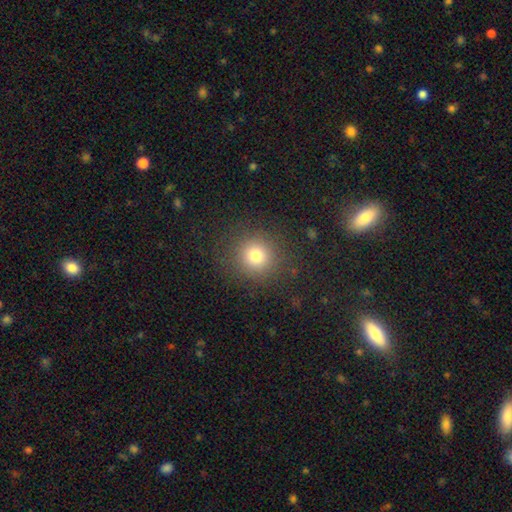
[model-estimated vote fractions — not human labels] smooth-or-featured: smooth: 76% | star or artifact: 15% | featured or disk: 9%
  how-rounded: round: 93% | in between: 6% | cigar-shaped: 1%
  merging: none: 87% | minor disturbance: 7% | major disturbance: 4% | merger: 1%